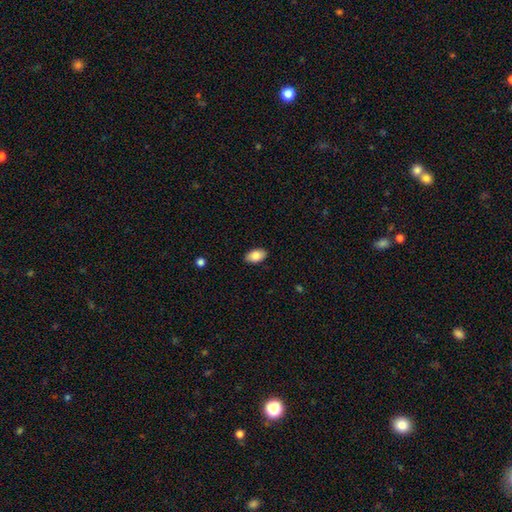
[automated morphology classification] Smooth or featured: smooth — 85% (featured or disk — 8%)
How rounded: in between — 93% (round — 5%)
Merging: none — 88% (minor disturbance — 9%)